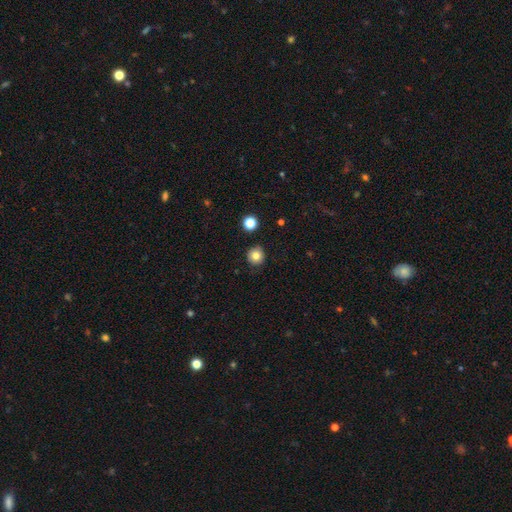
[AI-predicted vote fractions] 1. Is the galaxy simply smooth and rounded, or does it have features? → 81% smooth, 11% star or artifact, 7% featured or disk.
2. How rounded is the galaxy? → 94% round, 5% in between, 1% cigar-shaped.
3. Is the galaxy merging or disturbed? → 90% none, 7% minor disturbance, 2% major disturbance, 2% merger.